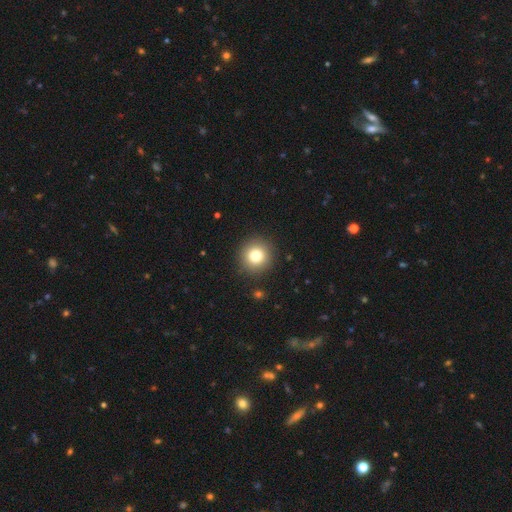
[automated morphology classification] A smooth galaxy with no disk features (80%) that is round (94%). Merging: none (90%).